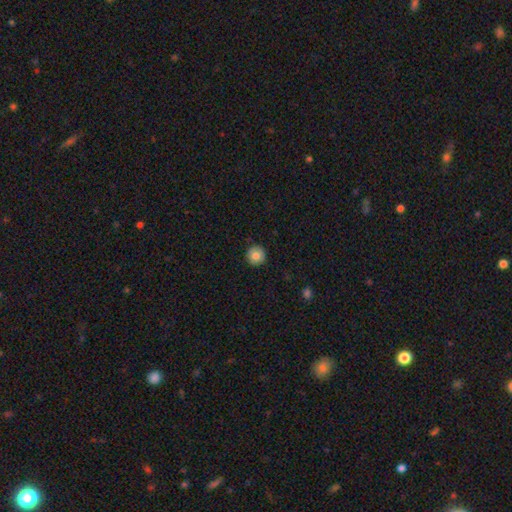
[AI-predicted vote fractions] Smooth or featured: smooth — 82% (featured or disk — 9%)
How rounded: round — 95% (in between — 4%)
Merging: none — 90% (minor disturbance — 7%)